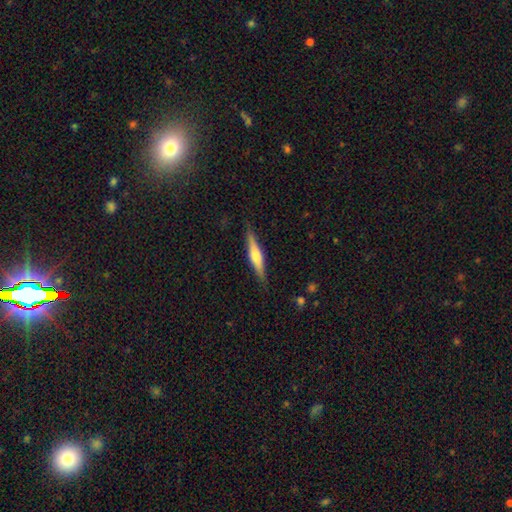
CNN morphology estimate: Overall: featured or disk (52%; smooth 42%). Edge-on disk: yes (96%). Merging: none (85%).